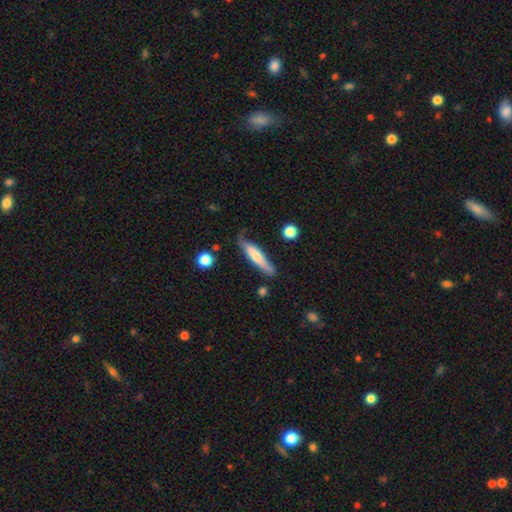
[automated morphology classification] This is likely a smooth galaxy (61%). How rounded: clearly cigar-shaped (85%). Merging: likely none (71%).